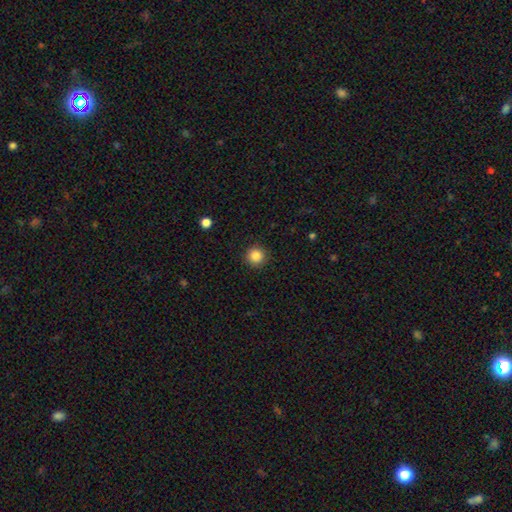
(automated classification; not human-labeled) Overall: smooth (86%). How rounded: round (95%). Merging: none (92%).